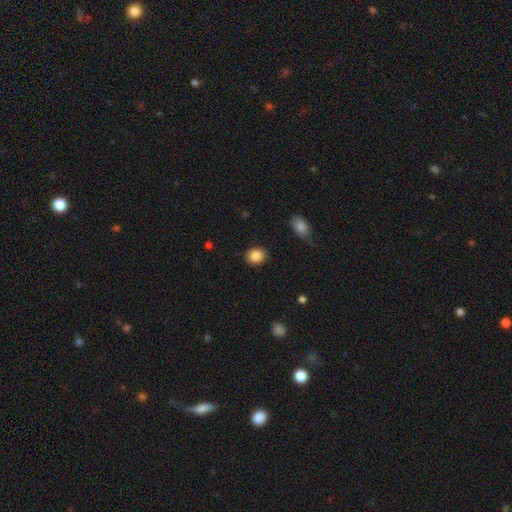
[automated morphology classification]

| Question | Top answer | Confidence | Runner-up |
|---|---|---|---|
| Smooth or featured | smooth | 87% | star or artifact (9%) |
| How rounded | round | 65% | in between (35%) |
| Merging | none | 89% | minor disturbance (7%) |